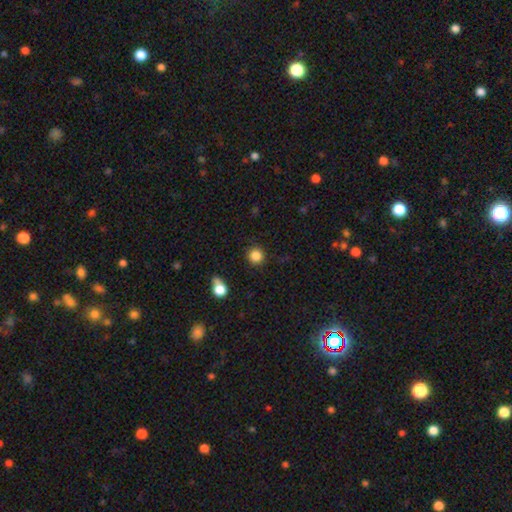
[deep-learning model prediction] Smooth or featured: smooth — 85% (star or artifact — 11%)
How rounded: round — 93% (in between — 6%)
Merging: none — 88% (minor disturbance — 7%)